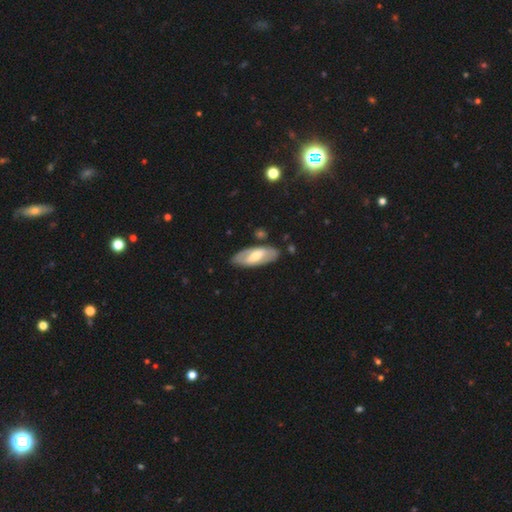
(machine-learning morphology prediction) smooth-or-featured: featured or disk: 56% | smooth: 39% | star or artifact: 5%
  disk-edge-on: no: 82% | yes: 18%
  merging: none: 81% | minor disturbance: 12% | major disturbance: 4% | merger: 3%